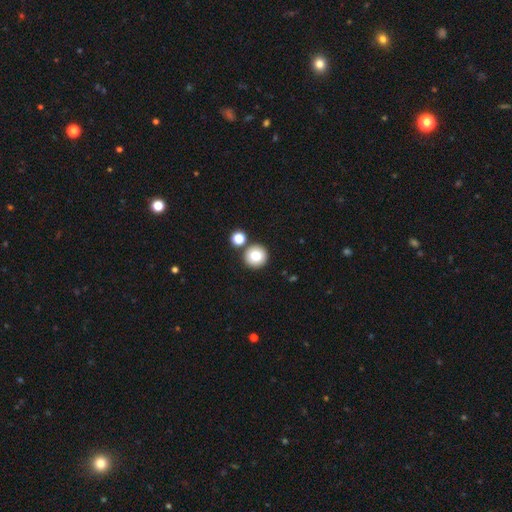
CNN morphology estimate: Smooth or featured: smooth — 79% (star or artifact — 11%)
How rounded: round — 94% (in between — 5%)
Merging: none — 80% (merger — 11%)